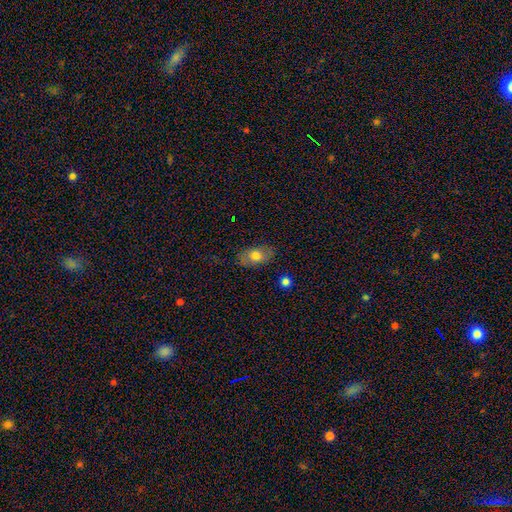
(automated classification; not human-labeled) Overall: smooth (75%). How rounded: in between (86%). Merging: none (77%).